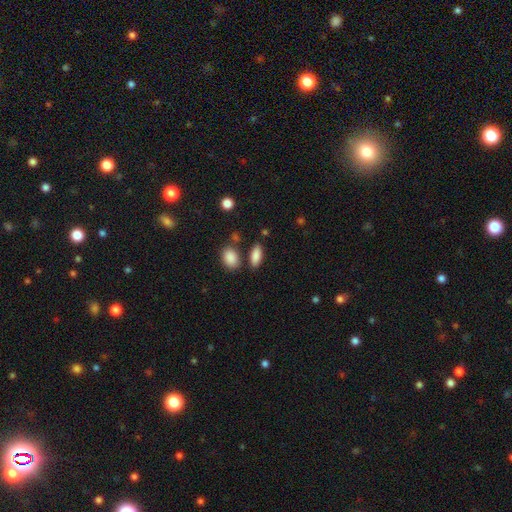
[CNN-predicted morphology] smooth-or-featured: smooth: 87% | star or artifact: 7% | featured or disk: 6%
  how-rounded: in between: 82% | cigar-shaped: 14% | round: 4%
  merging: none: 76% | minor disturbance: 12% | merger: 9% | major disturbance: 4%